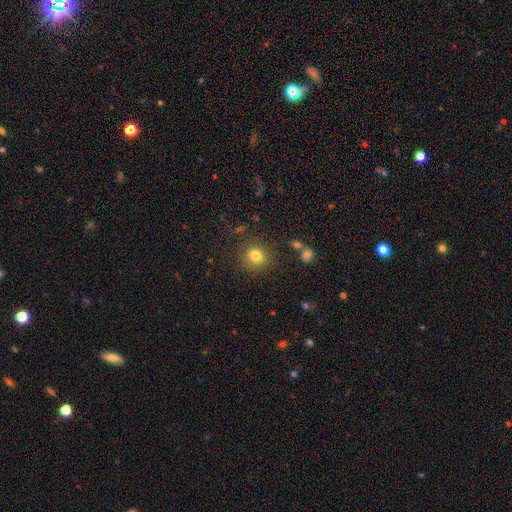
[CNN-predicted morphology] Overall: smooth (80%). How rounded: round (85%). Merging: none (84%).